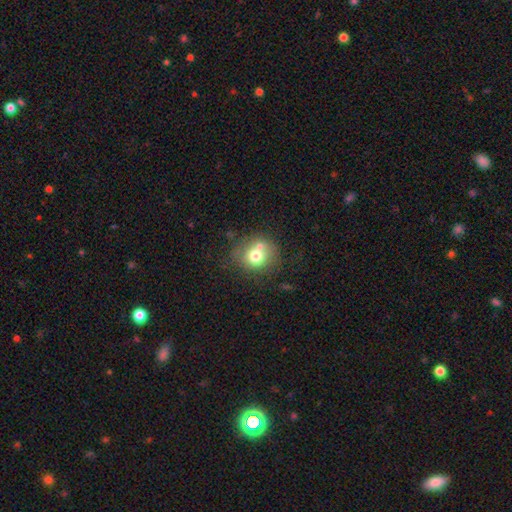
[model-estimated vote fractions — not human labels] Smooth or featured?
  - smooth: 69% *
  - featured or disk: 20%
  - star or artifact: 11%
How rounded?
  - round: 79% *
  - in between: 20%
  - cigar-shaped: 1%
Merging?
  - none: 50% *
  - merger: 31%
  - minor disturbance: 13%
  - major disturbance: 6%